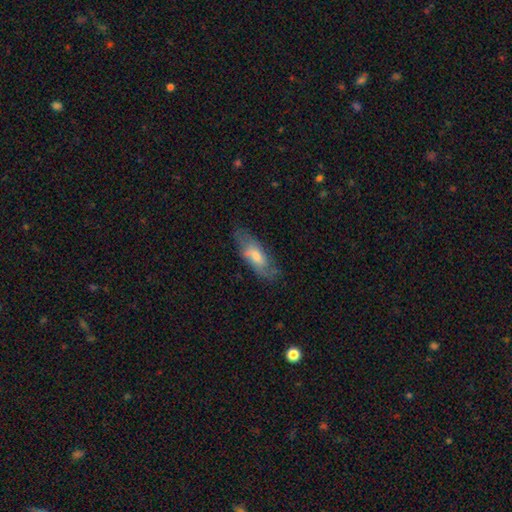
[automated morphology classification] The model was most divided on "smooth or featured": smooth: 54%, featured or disk: 39%, star or artifact: 7%. More confident: merging — none (69%); how rounded — in between (65%).